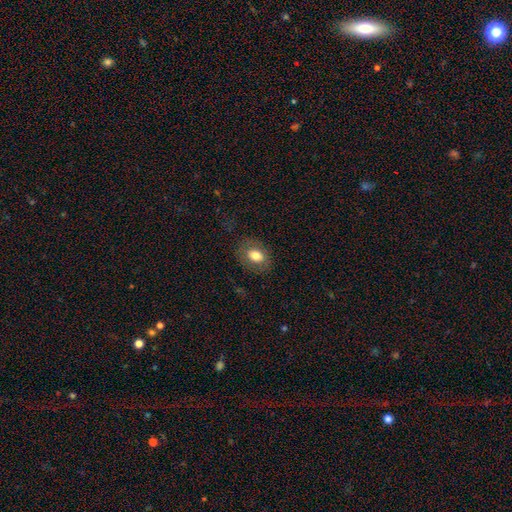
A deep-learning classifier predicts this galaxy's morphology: This is likely a smooth galaxy (77%). How rounded: likely in between (69%). Merging: clearly none (80%).